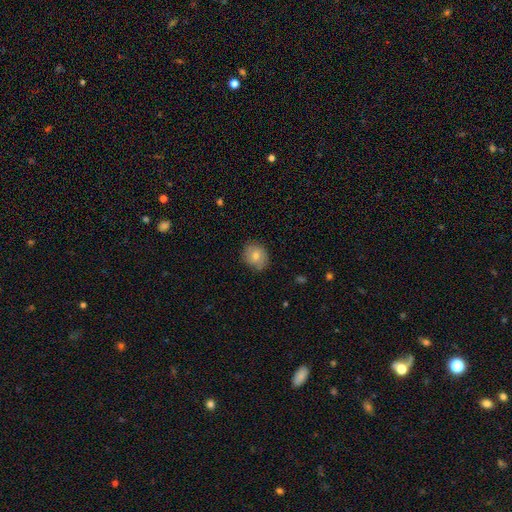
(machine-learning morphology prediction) Q: Smooth or featured?
A: smooth (74%); runner-up: featured or disk (16%)
Q: How rounded?
A: round (70%); runner-up: in between (29%)
Q: Merging?
A: none (82%); runner-up: minor disturbance (14%)